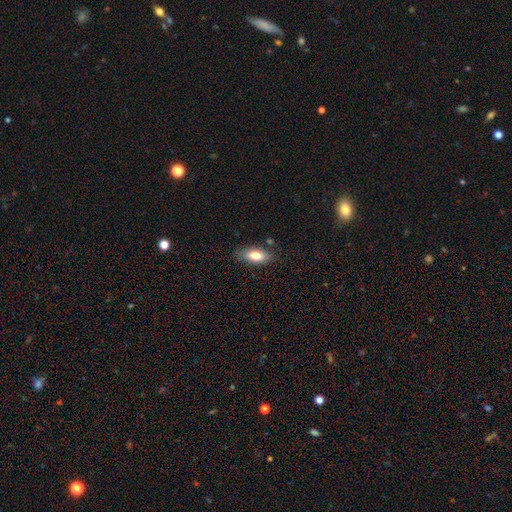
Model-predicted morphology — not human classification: The model was most divided on "merging": none: 79%, minor disturbance: 15%, major disturbance: 3%, merger: 3%. More confident: how rounded — in between (86%); smooth or featured — smooth (78%).